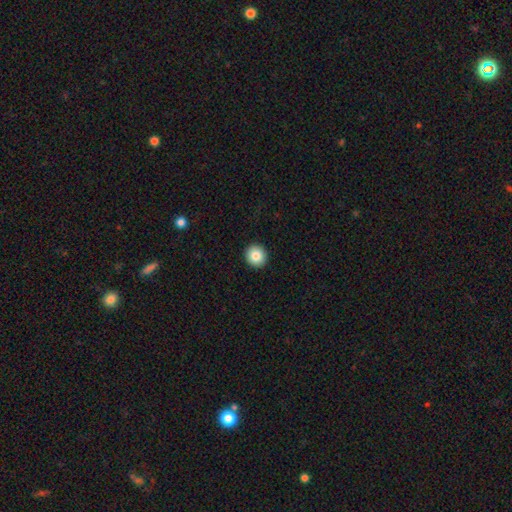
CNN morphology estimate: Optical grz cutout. It shows a smooth galaxy with no disk features (85%) that is round (92%). Merging: none (93%).